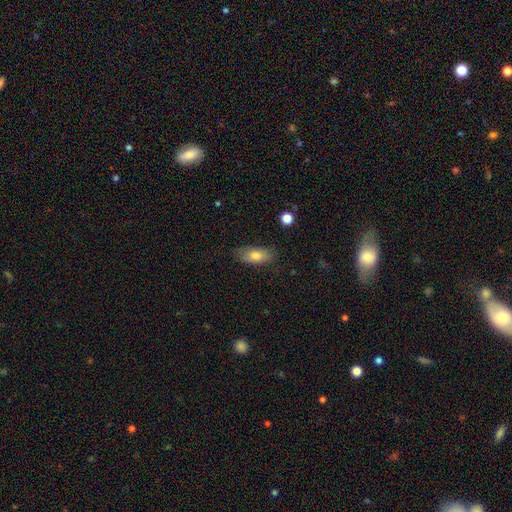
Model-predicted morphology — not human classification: Smooth or featured?
  - smooth: 78% *
  - featured or disk: 15%
  - star or artifact: 7%
How rounded?
  - in between: 84% *
  - cigar-shaped: 13%
  - round: 4%
Merging?
  - none: 80% *
  - minor disturbance: 16%
  - major disturbance: 3%
  - merger: 1%